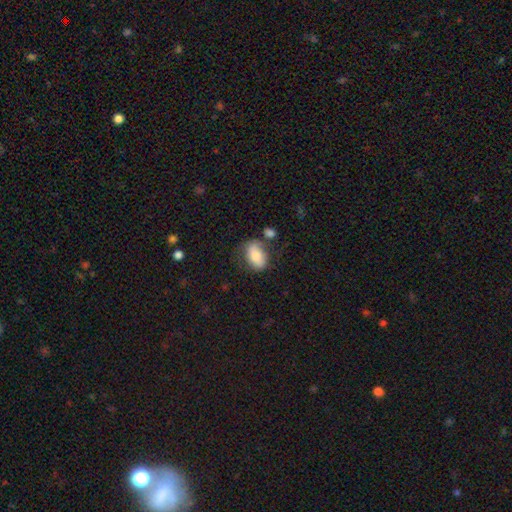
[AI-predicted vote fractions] Smooth or featured? smooth (74%)
How rounded? in between (88%)
Merging? none (59%)